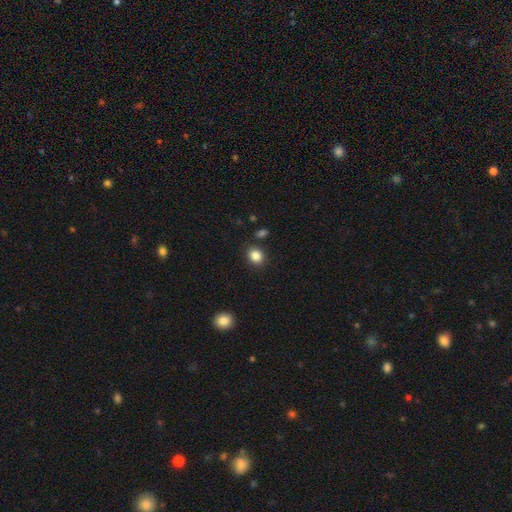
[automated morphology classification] This is clearly a smooth galaxy (85%). How rounded: likely round (64%). Merging: clearly none (86%).